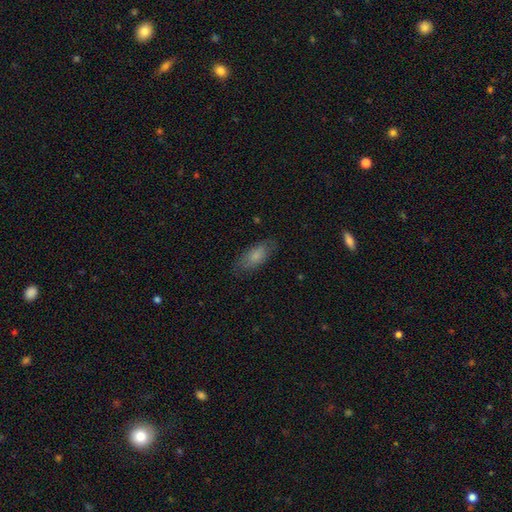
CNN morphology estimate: smooth-or-featured: smooth: 79% | featured or disk: 14% | star or artifact: 7%
  how-rounded: in between: 81% | cigar-shaped: 17% | round: 2%
  merging: none: 76% | minor disturbance: 17% | major disturbance: 5% | merger: 1%